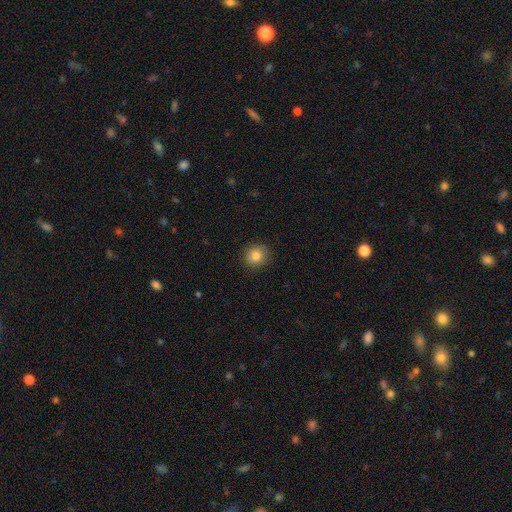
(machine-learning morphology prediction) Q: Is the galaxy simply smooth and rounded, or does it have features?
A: smooth — 84%.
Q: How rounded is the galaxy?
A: round — 90%.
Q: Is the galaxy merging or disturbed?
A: none — 90%.